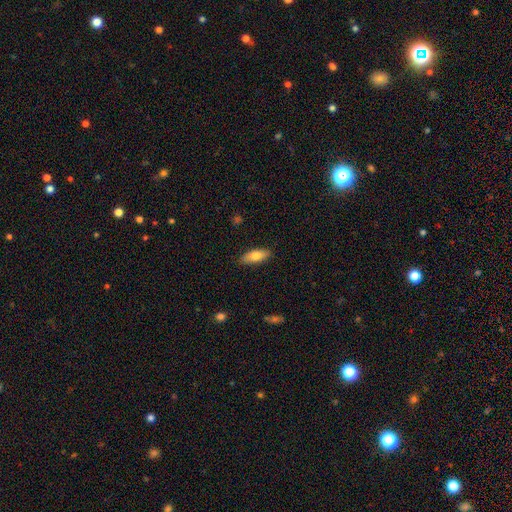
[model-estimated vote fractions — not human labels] Smooth or featured? Predicted: smooth (p=0.76). How rounded? Predicted: in between (p=0.69). Merging? Predicted: none (p=0.87).